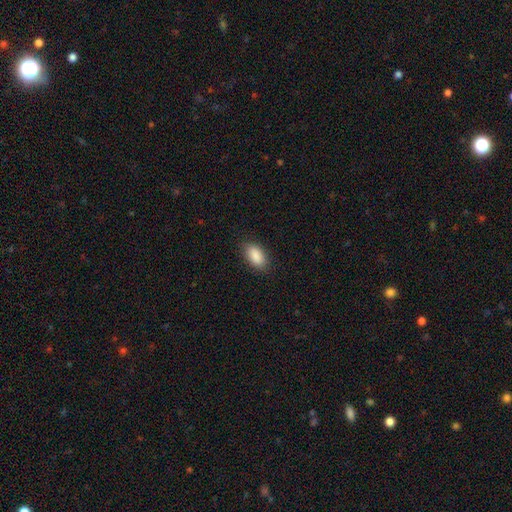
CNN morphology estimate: This appears to be a smooth galaxy with no disk features (90%) that is in between round and cigar-shaped (93%). Merging: none (86%).